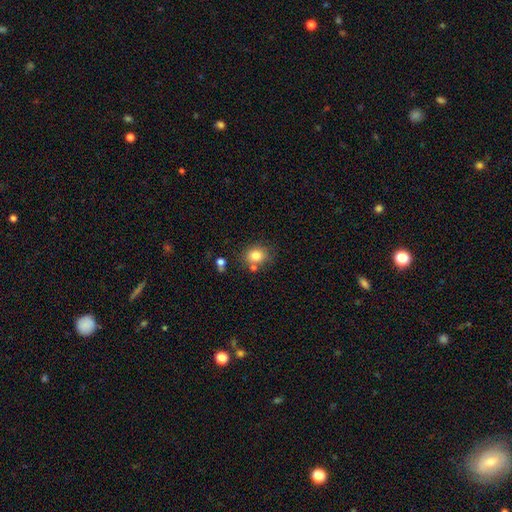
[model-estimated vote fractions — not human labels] The model was most divided on "how rounded": round: 67%, in between: 33%, cigar-shaped: 1%. More confident: smooth or featured — smooth (81%); merging — none (72%).